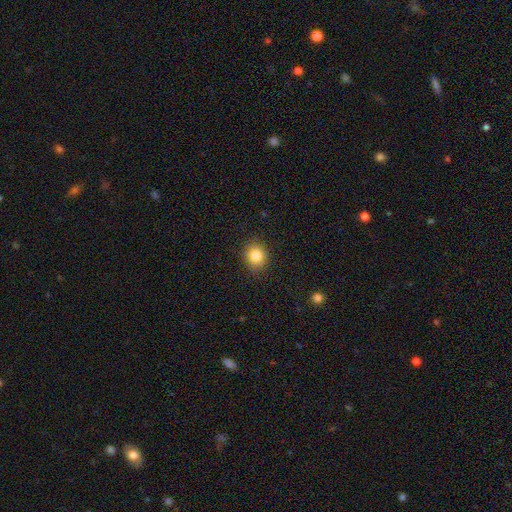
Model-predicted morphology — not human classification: Smooth or featured?
  - smooth: 83% *
  - star or artifact: 11%
  - featured or disk: 6%
How rounded?
  - round: 74% *
  - in between: 25%
  - cigar-shaped: 1%
Merging?
  - none: 89% *
  - minor disturbance: 8%
  - major disturbance: 2%
  - merger: 1%